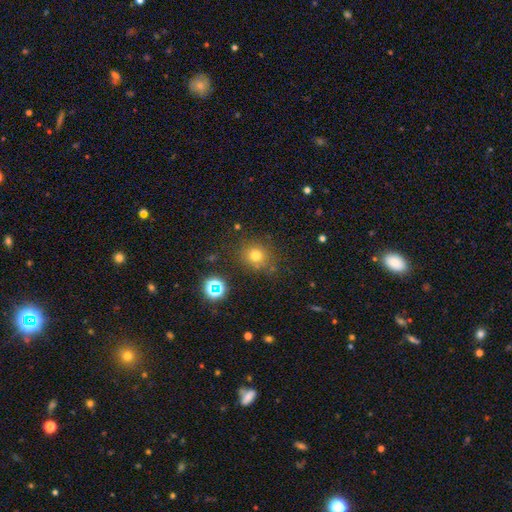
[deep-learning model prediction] This is likely a smooth galaxy (72%). How rounded: clearly round (85%). Merging: likely none (80%).